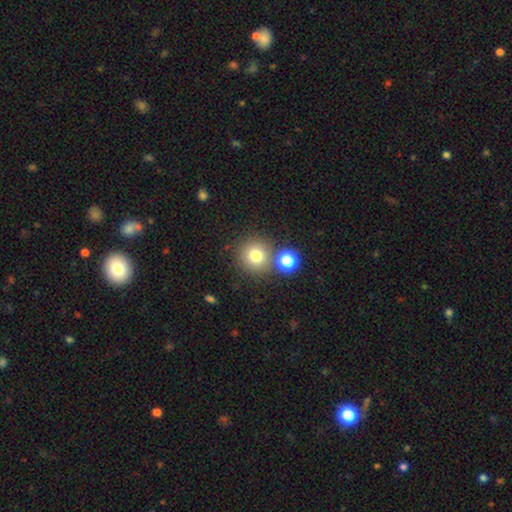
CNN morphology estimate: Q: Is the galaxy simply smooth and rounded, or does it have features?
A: smooth — 76%.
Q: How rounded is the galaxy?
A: round — 94%.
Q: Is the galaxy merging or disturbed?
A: none — 76%.